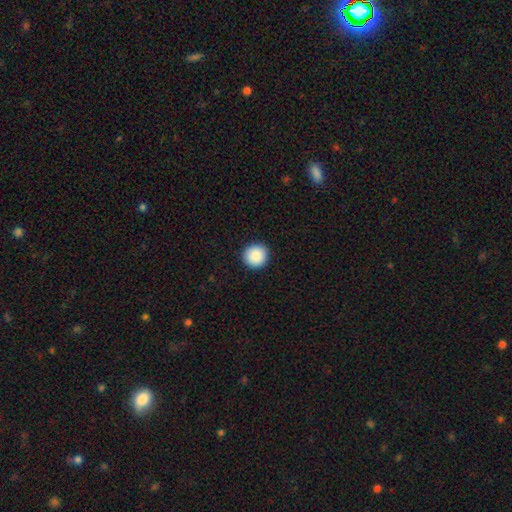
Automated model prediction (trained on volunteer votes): Morphology: type=smooth (89%); roundness=round (95%); merging=none (93%).